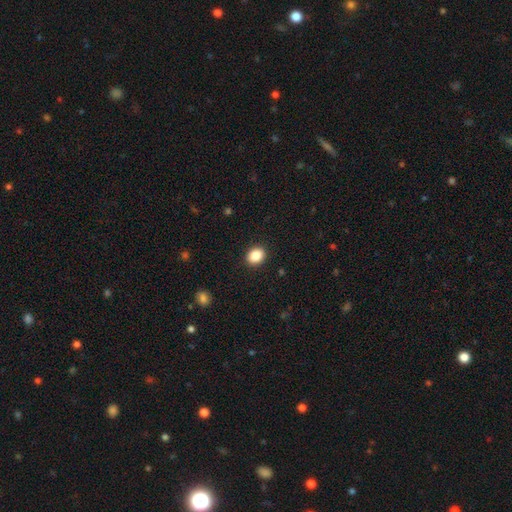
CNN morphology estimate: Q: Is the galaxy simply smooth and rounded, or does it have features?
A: smooth — 87%.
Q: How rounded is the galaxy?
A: in between — 52%.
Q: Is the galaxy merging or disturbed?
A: none — 91%.